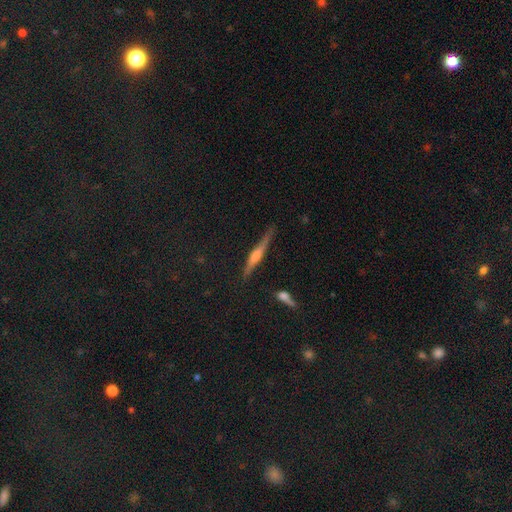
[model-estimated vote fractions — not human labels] This is likely a featured or disk galaxy (66%). It is clearly viewed edge-on (96%). Edge-on bulge: likely rounded (63%). Merging: likely none (76%).